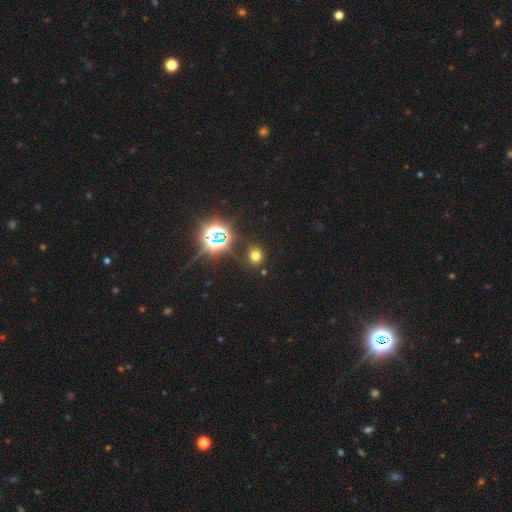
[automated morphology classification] This appears to be a smooth galaxy with no disk features (62%) that is round (66%). Merging: none (84%).